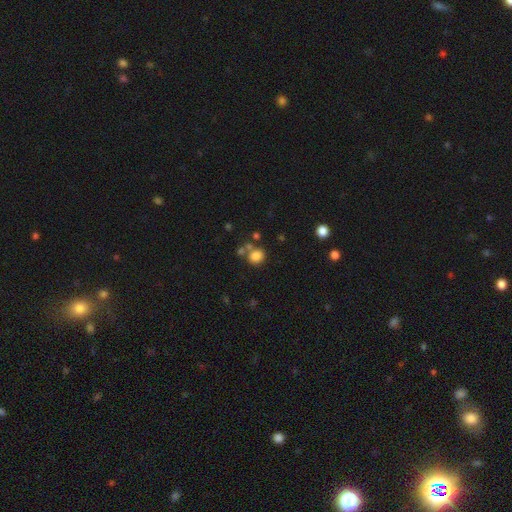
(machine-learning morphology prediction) smooth 81%, star or artifact 13%, featured or disk 6%. Down the decision tree: how rounded — round (77%); merging — none (63%).